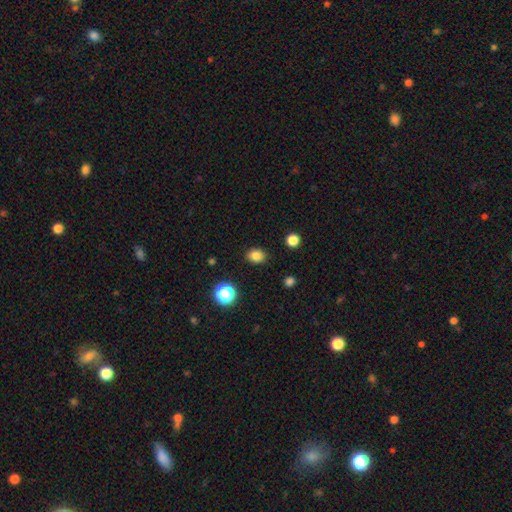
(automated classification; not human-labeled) smooth_or_featured: smooth (p=0.83) [alt: star or artifact p=0.12]
how_rounded: round (p=0.50) [alt: in between p=0.49]
merging: none (p=0.88) [alt: minor disturbance p=0.08]